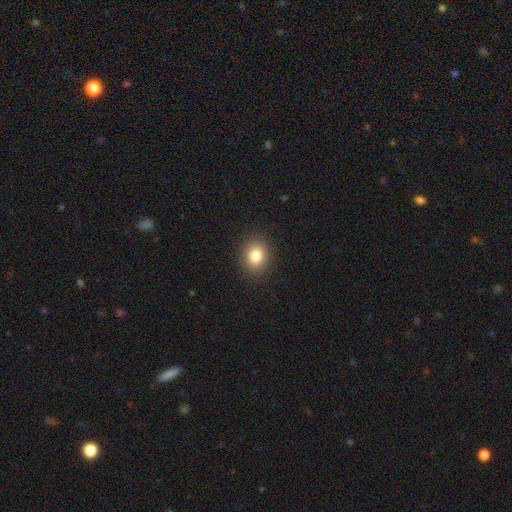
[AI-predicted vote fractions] This is clearly a smooth galaxy (82%). How rounded: likely round (63%). Merging: clearly none (90%).